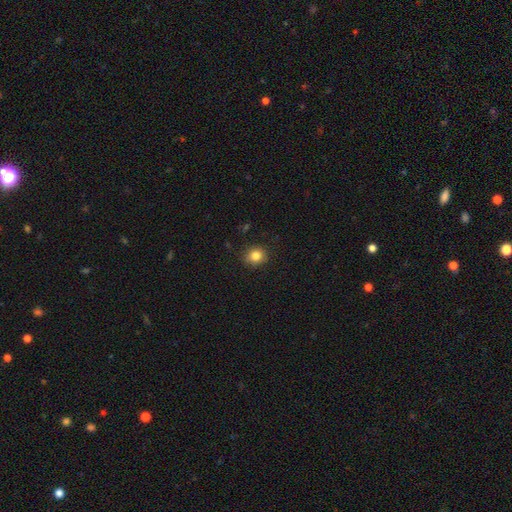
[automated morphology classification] This is clearly a smooth galaxy (83%). How rounded: clearly round (81%). Merging: clearly none (87%).